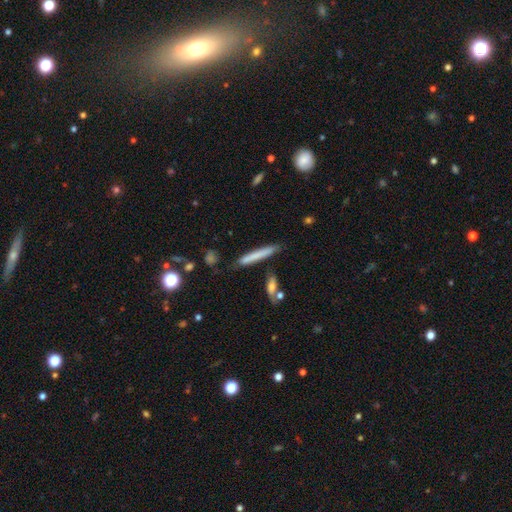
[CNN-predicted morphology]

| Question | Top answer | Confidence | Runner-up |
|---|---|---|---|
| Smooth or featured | smooth | 68% | featured or disk (25%) |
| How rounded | cigar-shaped | 95% | in between (4%) |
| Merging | none | 80% | minor disturbance (12%) |